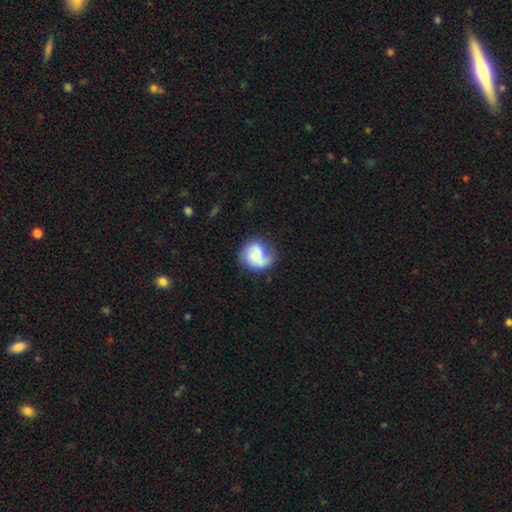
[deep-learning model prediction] This appears to be a featured or disk galaxy (61%) with no bar (61%), 2 (51%) medium (40%) spiral arms (89%) and a small central bulge (41%). Merging: none (51%).